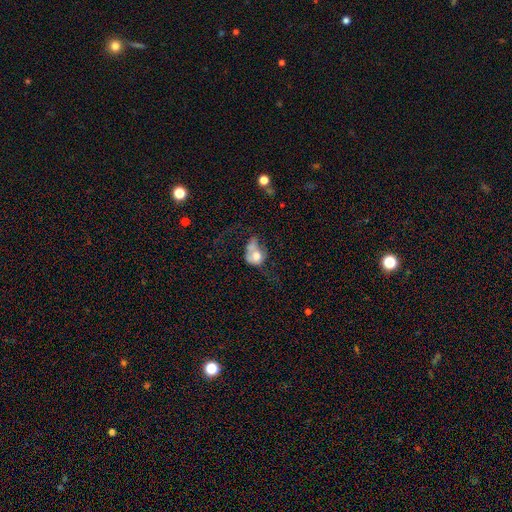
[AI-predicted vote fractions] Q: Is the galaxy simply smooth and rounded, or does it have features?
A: smooth — 60%.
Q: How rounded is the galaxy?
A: in between — 56%.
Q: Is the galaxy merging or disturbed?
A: major disturbance — 42%.